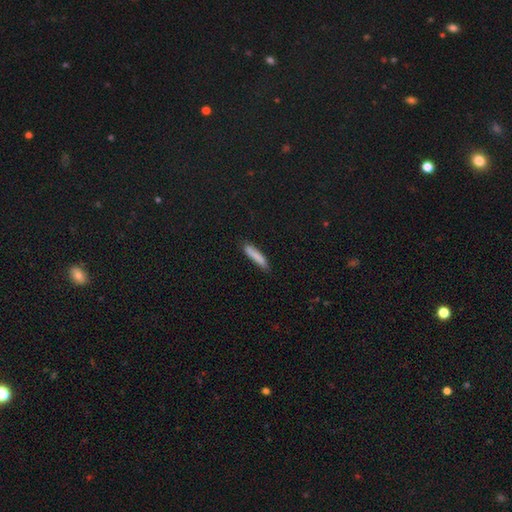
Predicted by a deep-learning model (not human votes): The model was most divided on "merging": none: 77%, minor disturbance: 18%, major disturbance: 3%, merger: 2%. More confident: how rounded — cigar-shaped (85%); smooth or featured — smooth (84%).